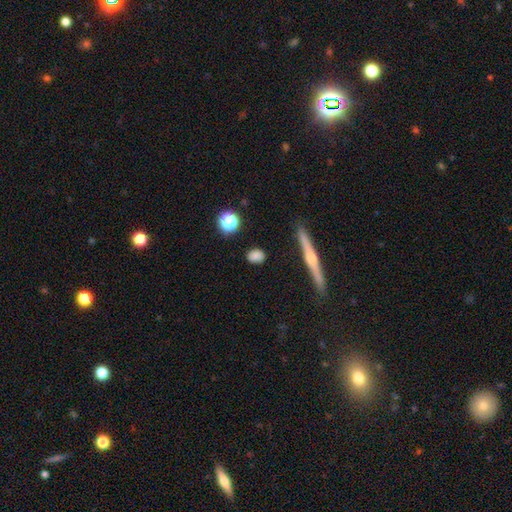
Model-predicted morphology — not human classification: A smooth galaxy with no disk features (80%) that is in between round and cigar-shaped (55%). Merging: none (84%).